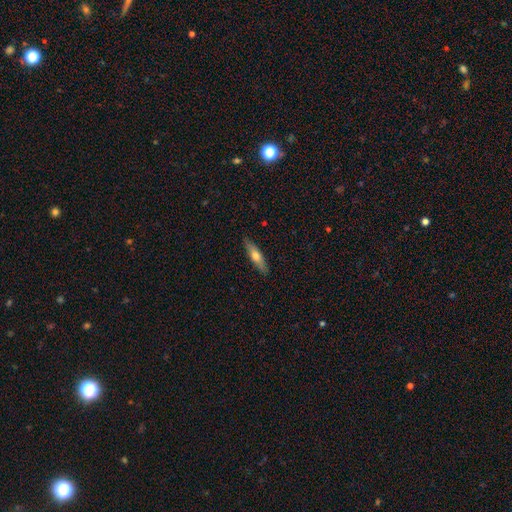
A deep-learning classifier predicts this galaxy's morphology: Smooth or featured?
  - smooth: 58% *
  - featured or disk: 36%
  - star or artifact: 6%
How rounded?
  - cigar-shaped: 71% *
  - in between: 27%
  - round: 2%
Merging?
  - none: 88% *
  - minor disturbance: 9%
  - major disturbance: 2%
  - merger: 1%